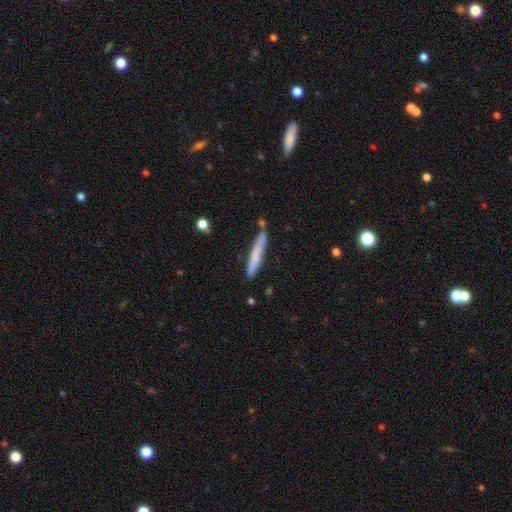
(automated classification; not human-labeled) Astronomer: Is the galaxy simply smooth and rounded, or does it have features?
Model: smooth — 65%.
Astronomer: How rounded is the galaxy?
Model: cigar-shaped — 95%.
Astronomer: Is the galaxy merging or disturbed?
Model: none — 73%.